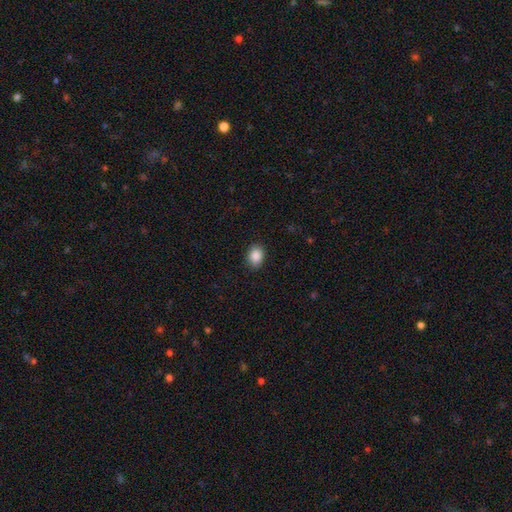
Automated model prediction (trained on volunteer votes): A smooth galaxy with no disk features (89%) that is in between round and cigar-shaped (68%). Merging: none (88%).